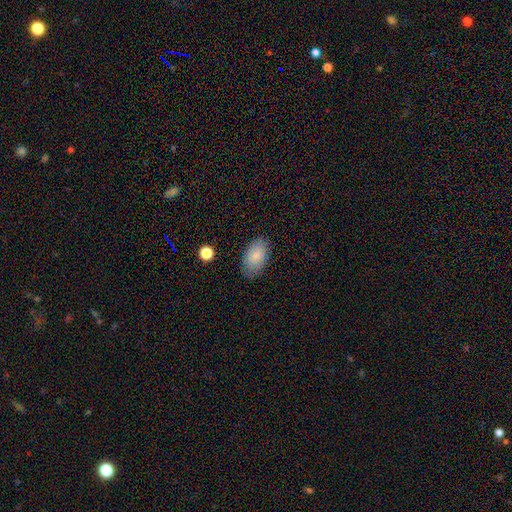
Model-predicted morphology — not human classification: Smooth or featured?
  - smooth: 85% *
  - featured or disk: 8%
  - star or artifact: 7%
How rounded?
  - in between: 94% *
  - round: 5%
  - cigar-shaped: 2%
Merging?
  - none: 81% *
  - minor disturbance: 15%
  - major disturbance: 3%
  - merger: 1%